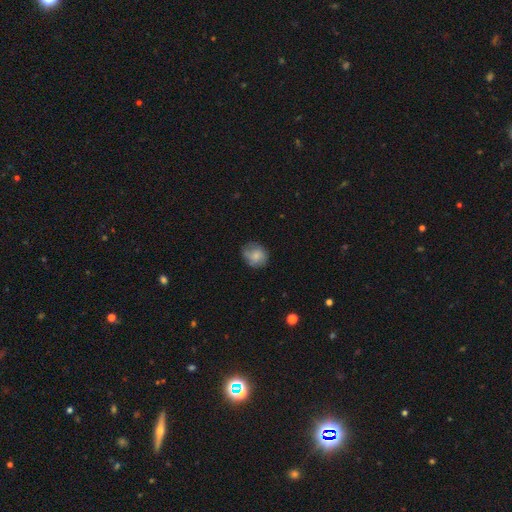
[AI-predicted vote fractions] Smooth or featured: smooth — 76% (featured or disk — 16%)
How rounded: round — 69% (in between — 30%)
Merging: none — 68% (minor disturbance — 24%)